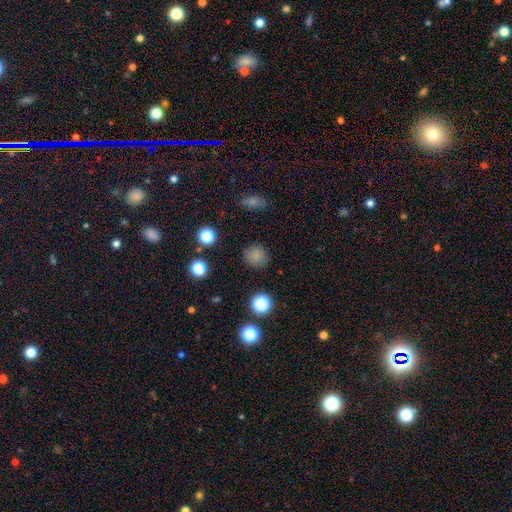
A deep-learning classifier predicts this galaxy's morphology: smooth_or_featured: smooth (p=0.81) [alt: star or artifact p=0.14]
how_rounded: round (p=0.89) [alt: in between p=0.10]
merging: none (p=0.87) [alt: minor disturbance p=0.09]